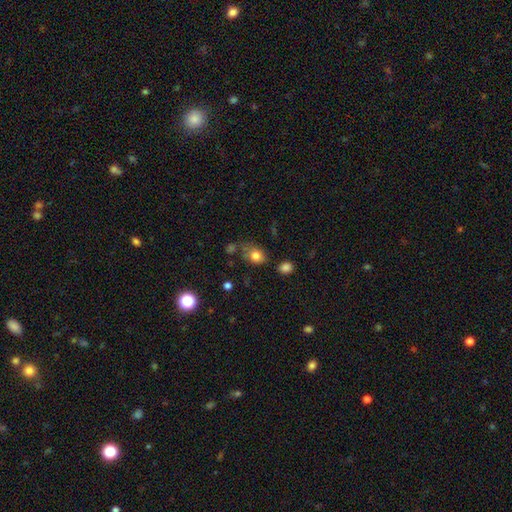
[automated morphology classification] A smooth galaxy with no disk features (81%) that is in between round and cigar-shaped (54%). Merging: none (56%).